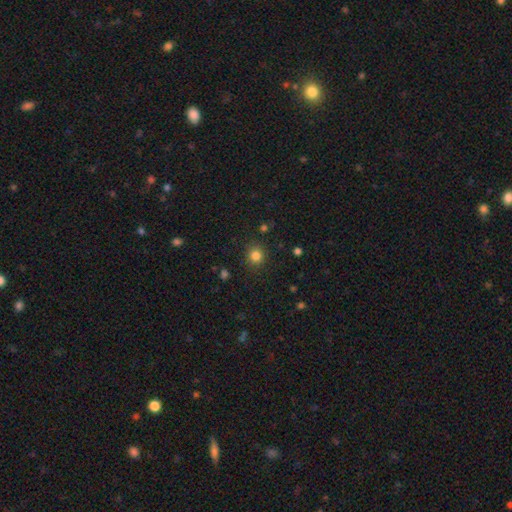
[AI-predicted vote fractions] This is clearly a smooth galaxy (82%). How rounded: clearly round (89%). Merging: clearly none (89%).